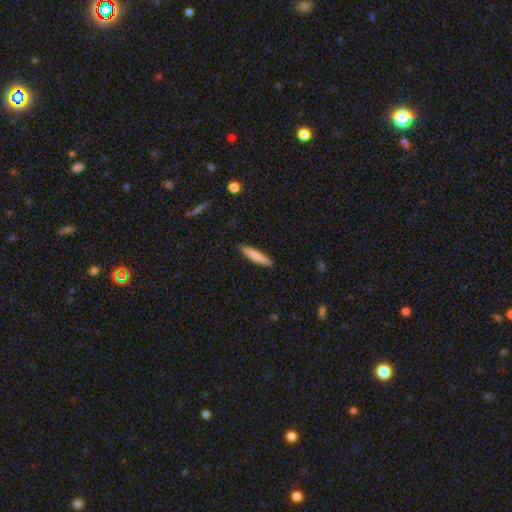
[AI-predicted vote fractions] Q: Smooth or featured?
A: smooth (78%); runner-up: featured or disk (16%)
Q: How rounded?
A: cigar-shaped (89%); runner-up: in between (9%)
Q: Merging?
A: none (89%); runner-up: minor disturbance (8%)